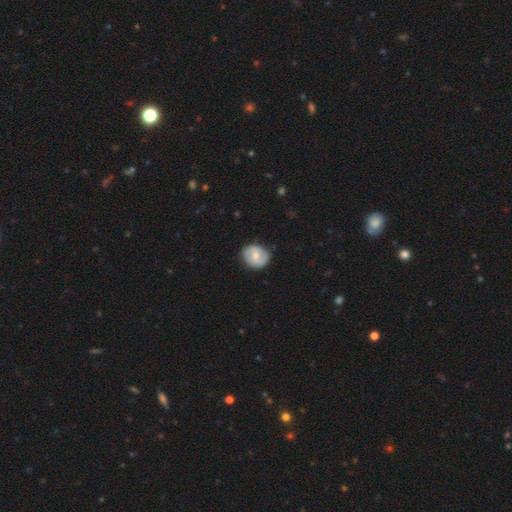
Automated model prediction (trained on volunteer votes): Q: Smooth or featured?
A: featured or disk (47%); tied with: smooth (47%)
Q: Merging?
A: none (79%); runner-up: minor disturbance (16%)